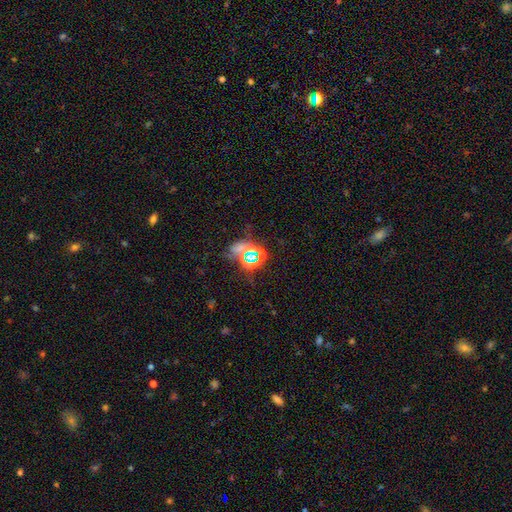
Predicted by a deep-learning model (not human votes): smooth_or_featured: star or artifact (p=0.66) [alt: smooth p=0.21]